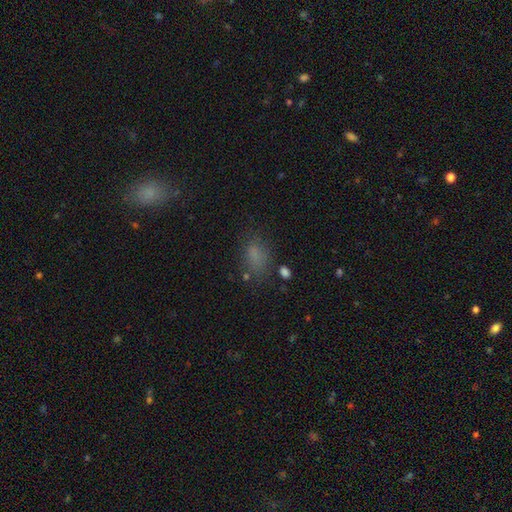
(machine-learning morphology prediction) The model was most divided on "merging": none: 66%, minor disturbance: 19%, major disturbance: 11%, merger: 4%. More confident: how rounded — in between (82%); smooth or featured — smooth (74%).